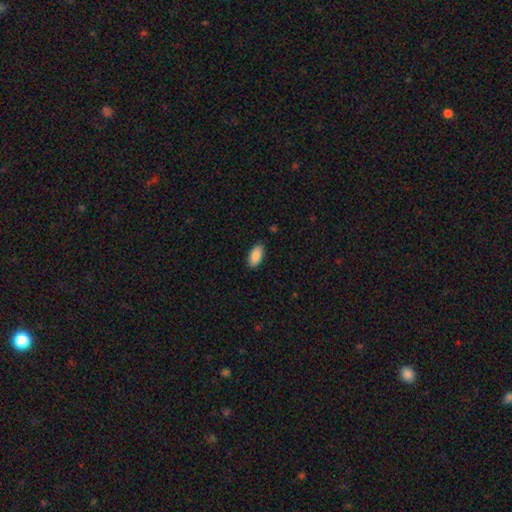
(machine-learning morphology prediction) smooth_or_featured: smooth (p=0.89) [alt: star or artifact p=0.06]
how_rounded: in between (p=0.93) [alt: cigar-shaped p=0.05]
merging: none (p=0.86) [alt: minor disturbance p=0.10]